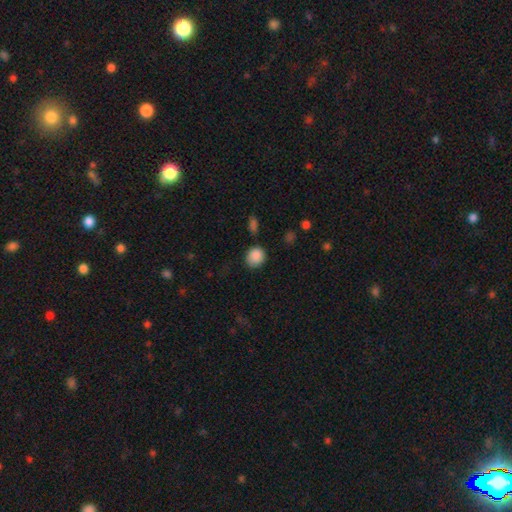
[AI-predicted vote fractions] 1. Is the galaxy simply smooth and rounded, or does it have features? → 88% smooth, 9% star or artifact, 4% featured or disk.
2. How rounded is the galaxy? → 78% round, 21% in between, 1% cigar-shaped.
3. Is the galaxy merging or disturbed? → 77% none, 16% minor disturbance, 4% major disturbance, 3% merger.